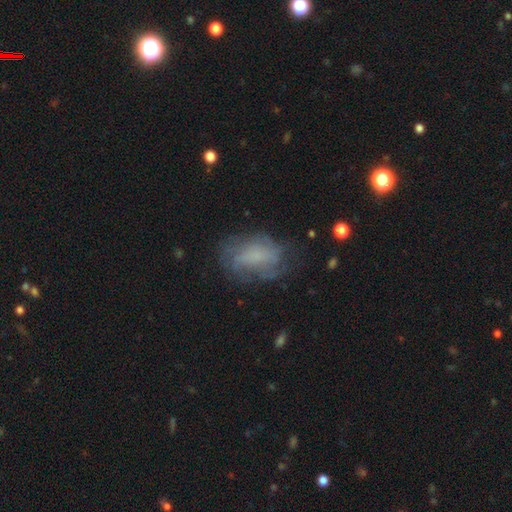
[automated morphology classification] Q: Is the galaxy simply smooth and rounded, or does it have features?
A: featured or disk — 46%.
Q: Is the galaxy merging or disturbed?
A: none — 59%.